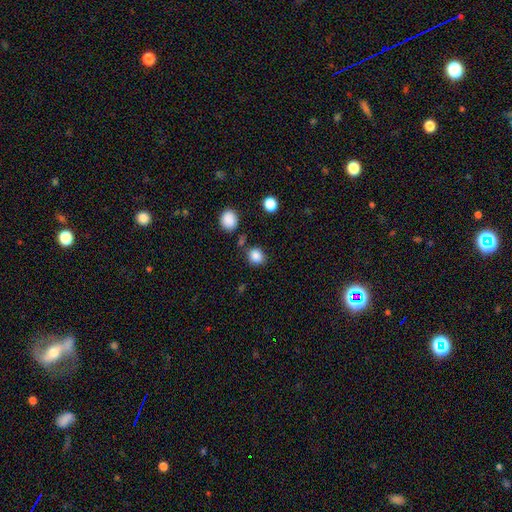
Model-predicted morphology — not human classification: Q: Smooth or featured?
A: smooth (85%); runner-up: star or artifact (11%)
Q: How rounded?
A: round (68%); runner-up: in between (31%)
Q: Merging?
A: none (76%); runner-up: minor disturbance (12%)